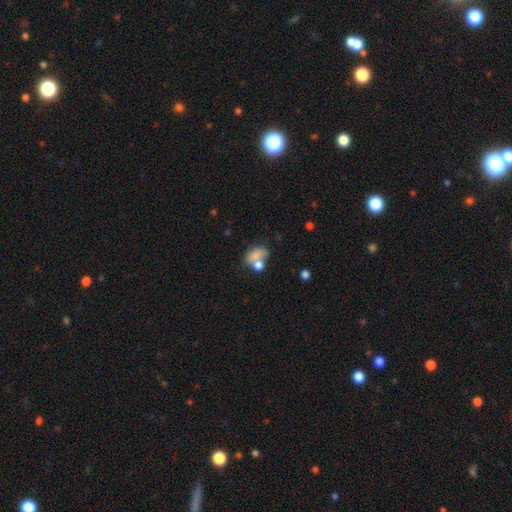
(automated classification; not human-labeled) A smooth galaxy with no disk features (72%) that is in between round and cigar-shaped (74%).

Vote fractions:
- Smooth or featured? smooth: 72% / featured or disk: 17% / star or artifact: 11%
- How rounded? in between: 74% / round: 24% / cigar-shaped: 2%
- Merging? merger: 44% / none: 31% / minor disturbance: 15% / major disturbance: 10%